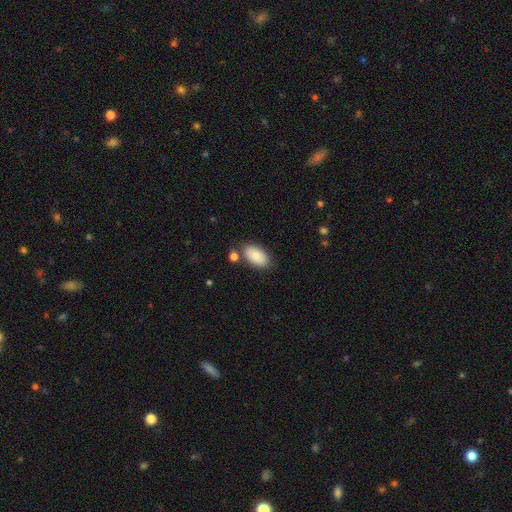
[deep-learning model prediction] smooth-or-featured: smooth: 88% | star or artifact: 7% | featured or disk: 6%
  how-rounded: in between: 95% | round: 3% | cigar-shaped: 2%
  merging: none: 78% | minor disturbance: 12% | merger: 7% | major disturbance: 3%